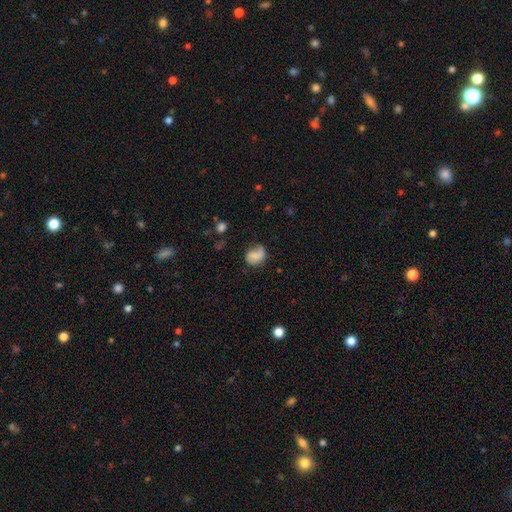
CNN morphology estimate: Smooth or featured?
  - smooth: 57% *
  - featured or disk: 34%
  - star or artifact: 9%
How rounded?
  - in between: 51% *
  - round: 47%
  - cigar-shaped: 1%
Merging?
  - none: 49% *
  - minor disturbance: 27%
  - major disturbance: 20%
  - merger: 3%